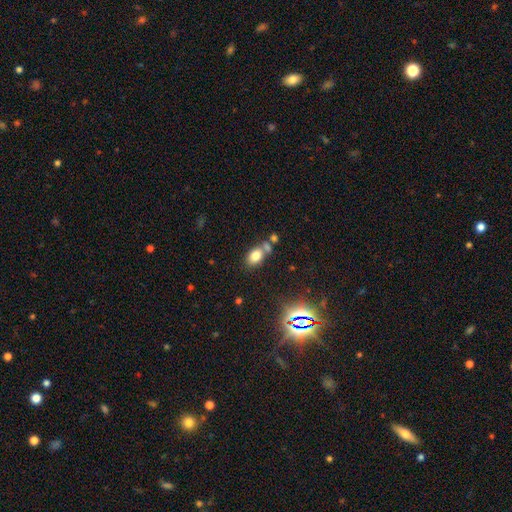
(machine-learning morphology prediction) This appears to be a smooth galaxy with no disk features (76%) that is in between round and cigar-shaped (81%). Merging: none (51%).